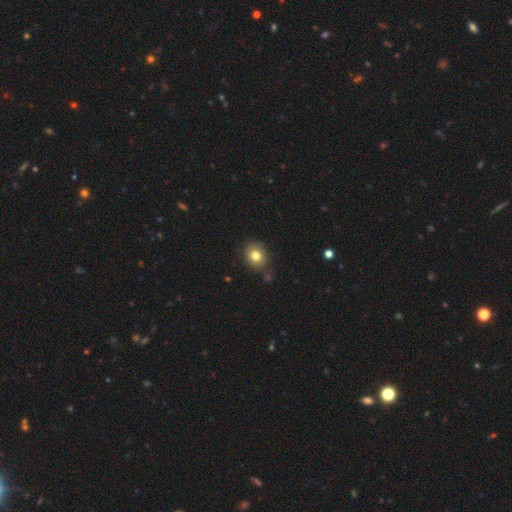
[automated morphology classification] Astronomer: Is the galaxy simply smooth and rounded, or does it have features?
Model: smooth — 80%.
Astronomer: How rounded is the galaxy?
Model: round — 72%.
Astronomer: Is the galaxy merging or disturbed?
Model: none — 78%.